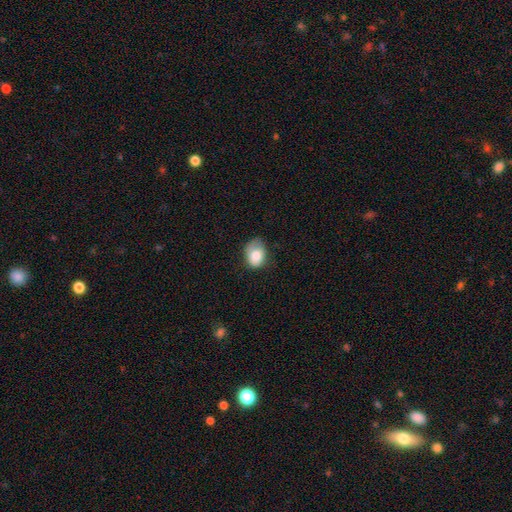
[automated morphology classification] Smooth or featured? Predicted: smooth (p=0.79). How rounded? Predicted: in between (p=0.73). Merging? Predicted: none (p=0.43).